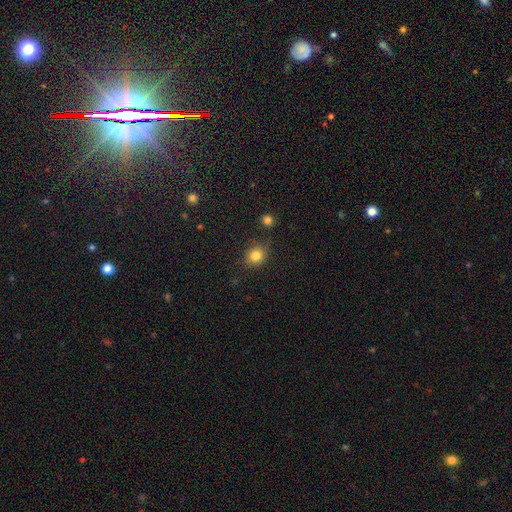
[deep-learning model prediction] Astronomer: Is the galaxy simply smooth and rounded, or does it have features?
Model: smooth — 82%.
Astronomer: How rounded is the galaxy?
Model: round — 78%.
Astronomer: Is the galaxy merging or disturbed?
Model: none — 79%.